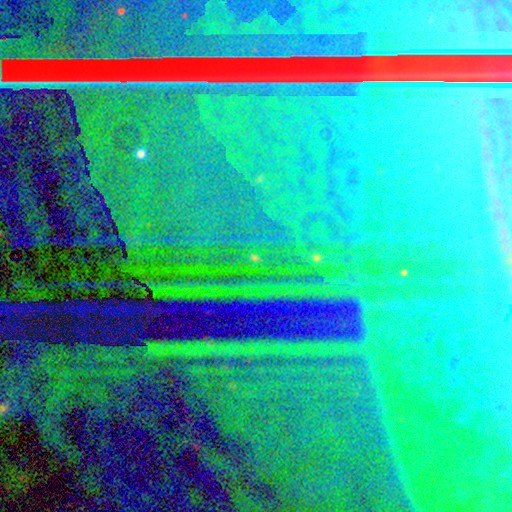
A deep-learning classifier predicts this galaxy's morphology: This appears to be a star or artifact, not a galaxy (89%).